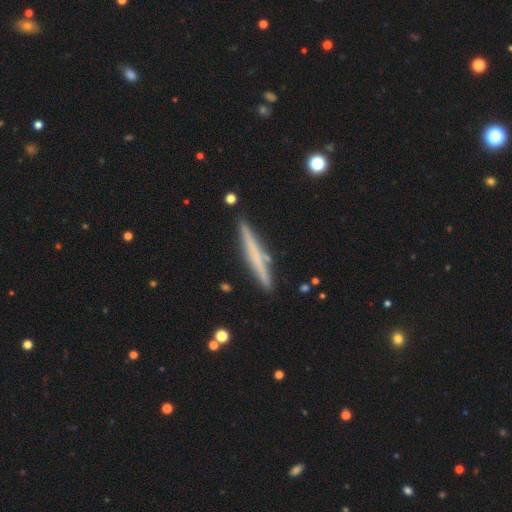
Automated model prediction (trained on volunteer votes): The model was most divided on "smooth or featured": smooth: 47%, featured or disk: 46%, star or artifact: 7%. More confident: merging — none (87%).